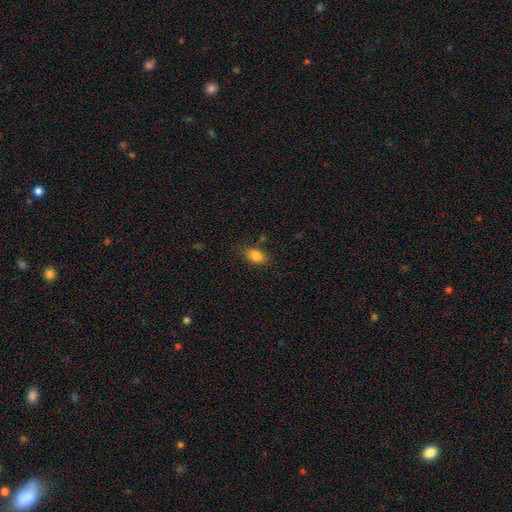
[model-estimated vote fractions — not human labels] smooth-or-featured: smooth: 84% | star or artifact: 9% | featured or disk: 7%
  how-rounded: in between: 85% | round: 11% | cigar-shaped: 4%
  merging: none: 78% | minor disturbance: 15% | major disturbance: 4% | merger: 3%